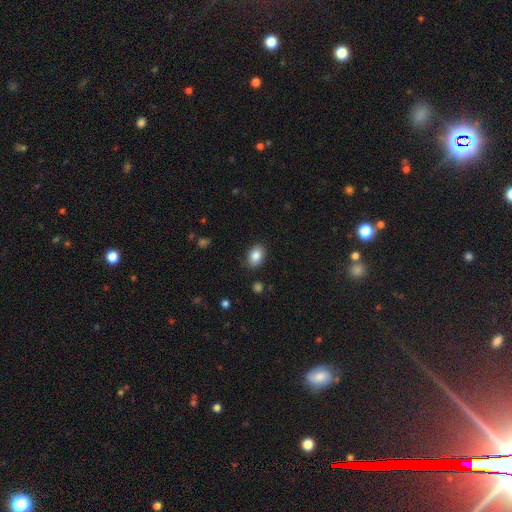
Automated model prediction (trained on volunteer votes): smooth_or_featured: smooth (p=0.86) [alt: star or artifact p=0.08]
how_rounded: in between (p=0.81) [alt: round p=0.18]
merging: none (p=0.86) [alt: minor disturbance p=0.10]